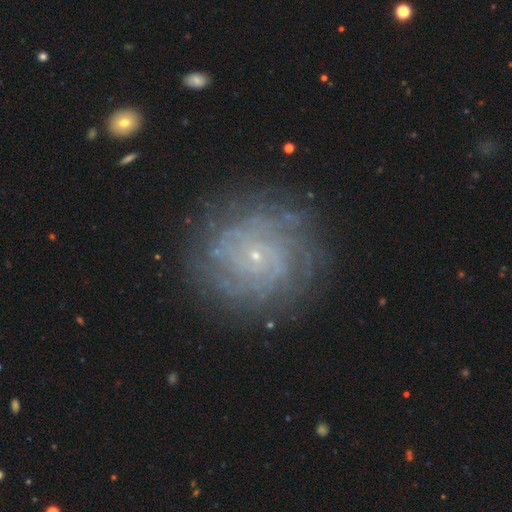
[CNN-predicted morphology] Overall: featured or disk (82%). Edge-on disk: no (97%). Bar: no (78%). Spiral arms: yes (94%). Spiral arm count: can't tell (34%; more than 4 20%). Spiral winding: tight (78%). Bulge size: small (89%). Merging: none (82%).